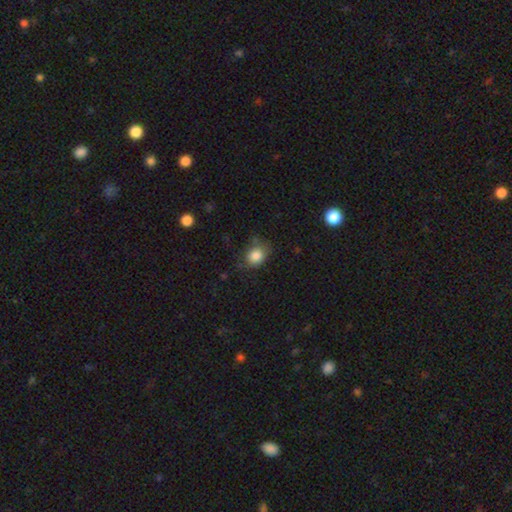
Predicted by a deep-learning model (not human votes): The model was most divided on "how rounded": round: 56%, in between: 43%, cigar-shaped: 1%. More confident: smooth or featured — smooth (85%); merging — none (62%).